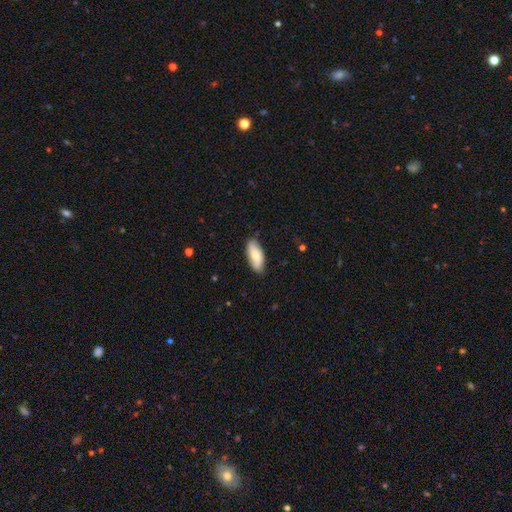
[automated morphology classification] A smooth galaxy with no disk features (72%) that is in between round and cigar-shaped (85%). Merging: none (82%).